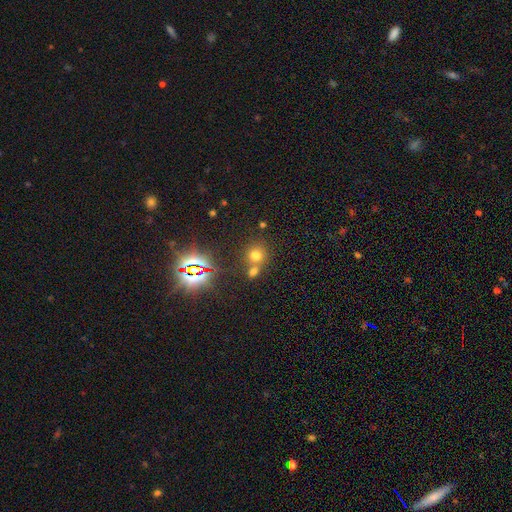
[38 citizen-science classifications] Smooth or featured?
  - smooth: 76% *
  - star or artifact: 13%
  - featured or disk: 11%
How rounded?
  - round: 90% *
  - in between: 10%
  - cigar-shaped: 0%
Merging?
  - none: 45% *
  - merger: 42%
  - minor disturbance: 6%
  - major disturbance: 6%